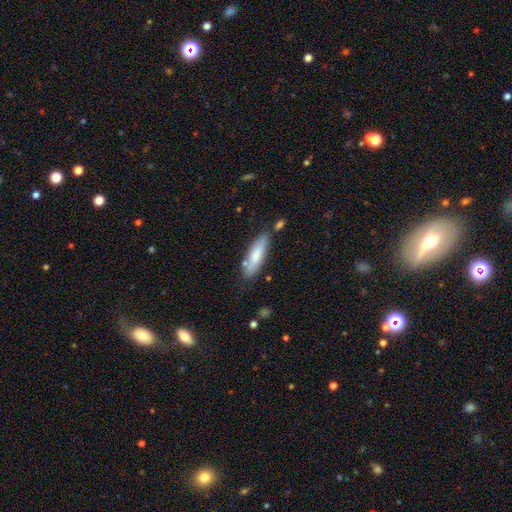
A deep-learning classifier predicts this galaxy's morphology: type=smooth (73%); roundness=cigar-shaped (63%); merging=none (75%).